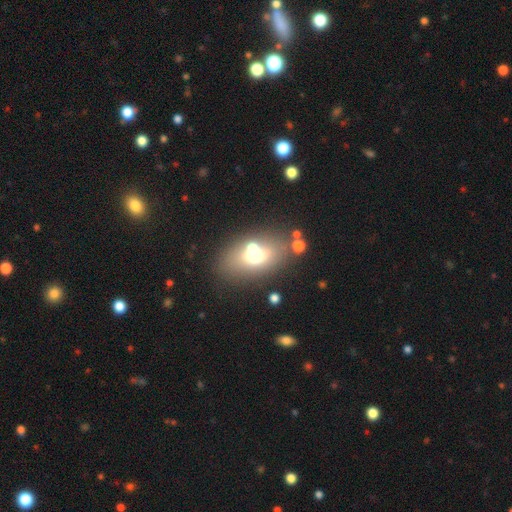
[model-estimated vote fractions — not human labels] Q: Smooth or featured?
A: smooth (62%); runner-up: featured or disk (23%)
Q: How rounded?
A: in between (76%); runner-up: round (21%)
Q: Merging?
A: none (67%); runner-up: merger (16%)